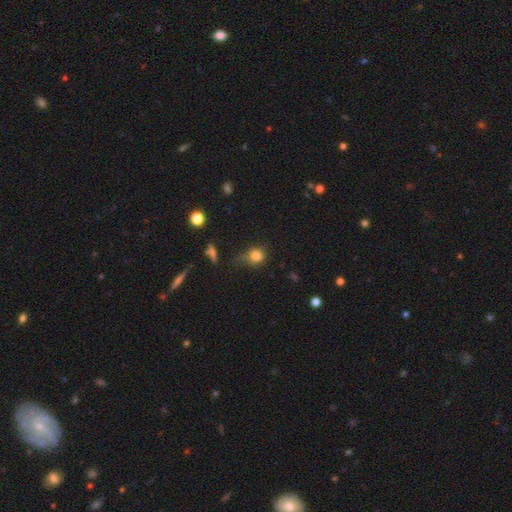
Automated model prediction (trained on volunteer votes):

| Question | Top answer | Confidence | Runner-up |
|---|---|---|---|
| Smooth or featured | smooth | 77% | star or artifact (14%) |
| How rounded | round | 71% | in between (27%) |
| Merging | none | 44% | minor disturbance (31%) |